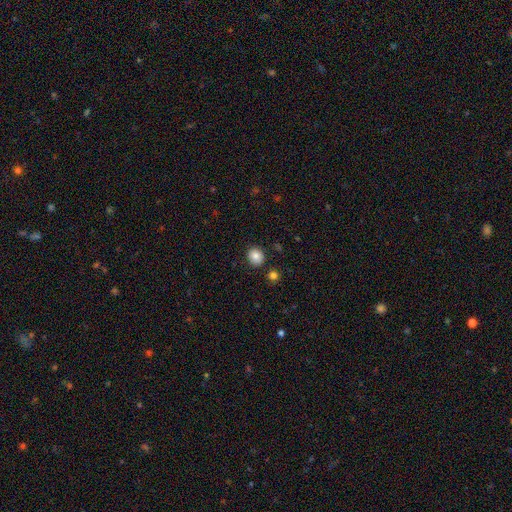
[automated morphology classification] smooth 83%, star or artifact 9%, featured or disk 7%. Down the decision tree: how rounded — round (72%); merging — none (87%).